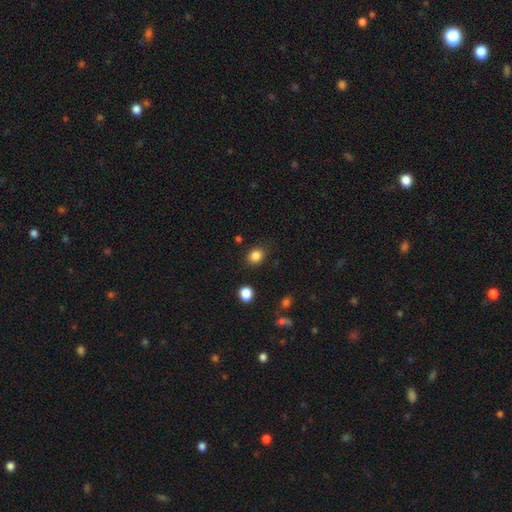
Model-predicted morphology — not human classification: This appears to be a smooth galaxy with no disk features (85%) that is round (60%). Merging: none (84%).